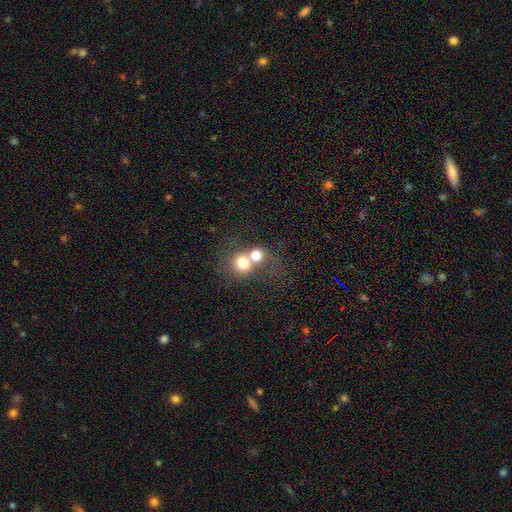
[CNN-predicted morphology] The model was most divided on "merging": merger: 69%, none: 22%, minor disturbance: 5%, major disturbance: 4%. More confident: how rounded — round (77%); smooth or featured — smooth (71%).